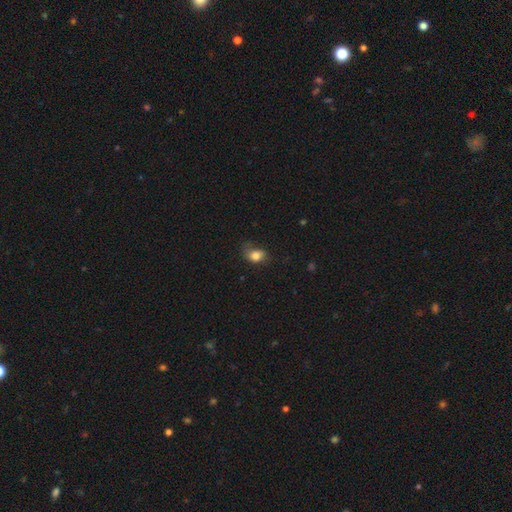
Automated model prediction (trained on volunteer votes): A smooth galaxy with no disk features (80%) that is in between round and cigar-shaped (68%).

Vote fractions:
- Smooth or featured? smooth: 80% / featured or disk: 10% / star or artifact: 9%
- How rounded? in between: 68% / round: 31% / cigar-shaped: 1%
- Merging? none: 40% / minor disturbance: 36% / major disturbance: 22% / merger: 2%